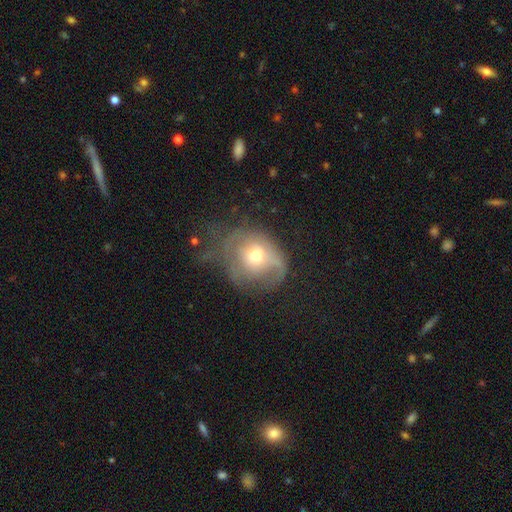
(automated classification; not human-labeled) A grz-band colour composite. It shows a smooth galaxy with no disk features (49%). Merging: major disturbance (45%).